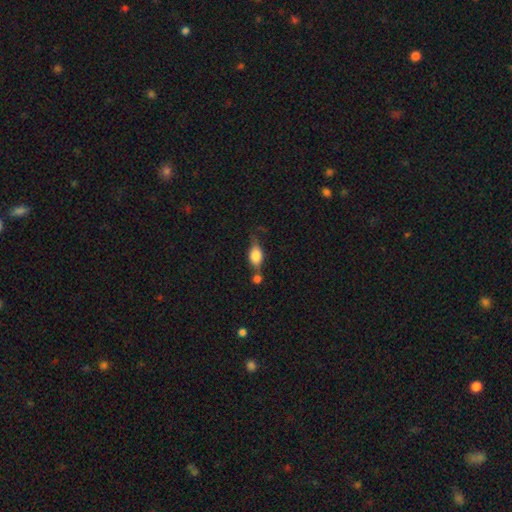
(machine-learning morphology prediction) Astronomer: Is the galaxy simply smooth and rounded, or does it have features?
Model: smooth — 69%.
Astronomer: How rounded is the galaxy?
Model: in between — 76%.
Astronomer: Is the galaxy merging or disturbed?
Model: none — 42% (runner-up: merger, 26%).